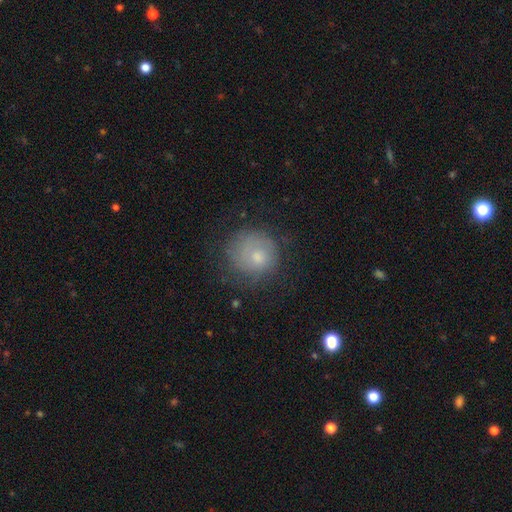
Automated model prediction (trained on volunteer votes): This is possibly a smooth galaxy (57%). How rounded: clearly round (86%). Merging: likely none (63%).